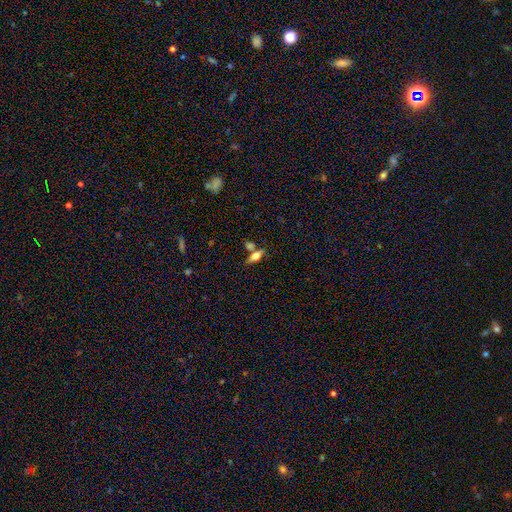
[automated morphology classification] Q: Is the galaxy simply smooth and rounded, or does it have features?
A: smooth — 58%.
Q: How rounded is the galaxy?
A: in between — 67%.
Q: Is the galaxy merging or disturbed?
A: none — 61%.